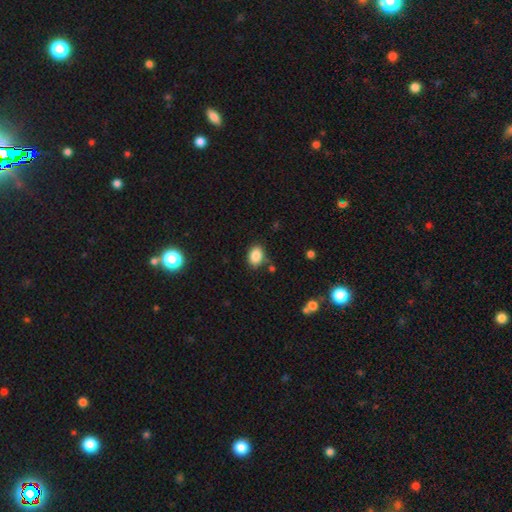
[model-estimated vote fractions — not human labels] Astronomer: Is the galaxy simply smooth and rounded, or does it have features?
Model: smooth — 86%.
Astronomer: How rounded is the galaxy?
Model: in between — 76%.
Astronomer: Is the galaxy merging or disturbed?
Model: none — 79%.